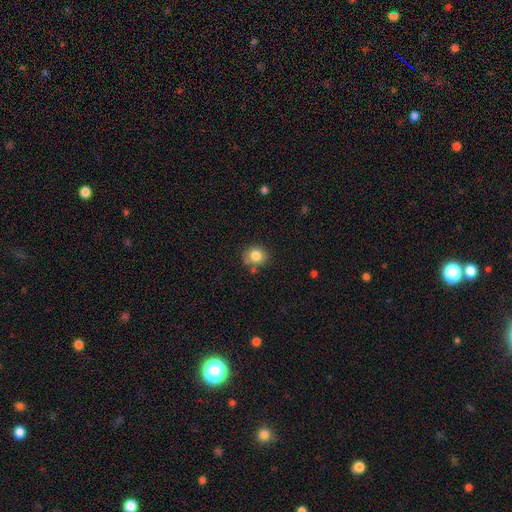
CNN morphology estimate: This appears to be a smooth galaxy with no disk features (83%) that is round (79%). Merging: none (74%).